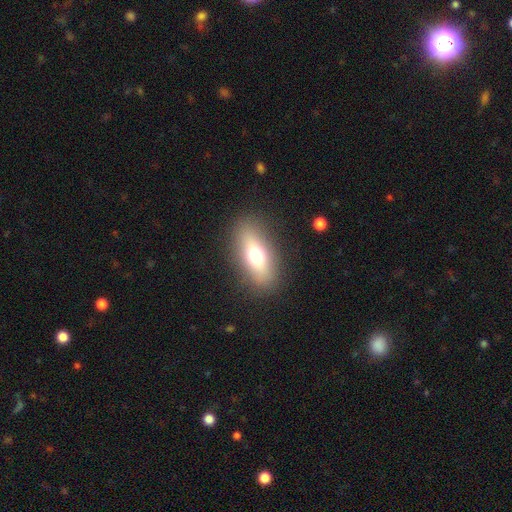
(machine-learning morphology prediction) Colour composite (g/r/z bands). It shows a smooth galaxy with no disk features (63%) that is in between round and cigar-shaped (75%). Merging: none (86%).